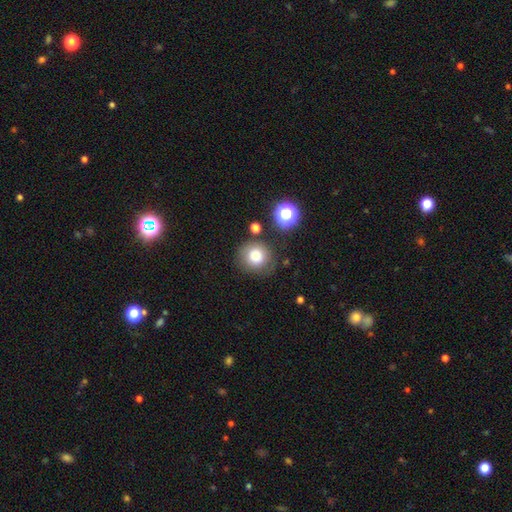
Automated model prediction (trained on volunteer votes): smooth 80%, star or artifact 11%, featured or disk 9%. Down the decision tree: how rounded — round (88%); merging — none (73%).